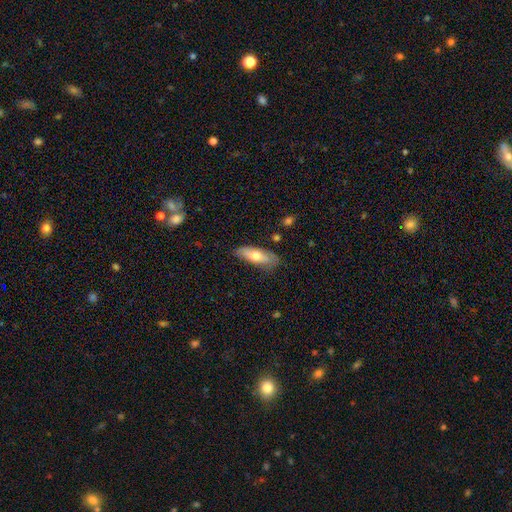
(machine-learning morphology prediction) smooth-or-featured: smooth: 66% | featured or disk: 28% | star or artifact: 6%
  how-rounded: in between: 63% | cigar-shaped: 35% | round: 2%
  merging: none: 75% | minor disturbance: 19% | major disturbance: 4% | merger: 2%